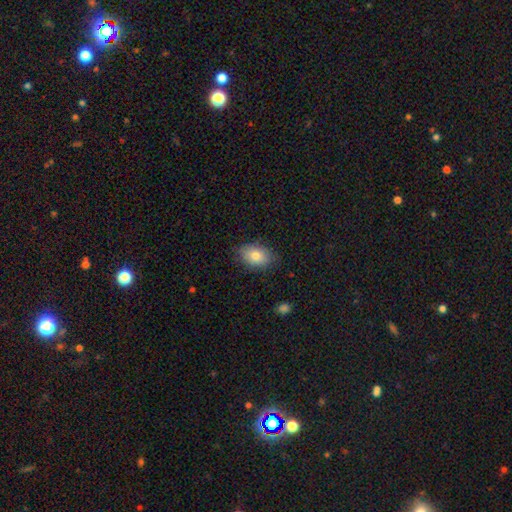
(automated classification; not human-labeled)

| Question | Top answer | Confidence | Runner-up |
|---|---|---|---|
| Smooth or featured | smooth | 81% | featured or disk (11%) |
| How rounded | in between | 85% | round (14%) |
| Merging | none | 83% | minor disturbance (13%) |